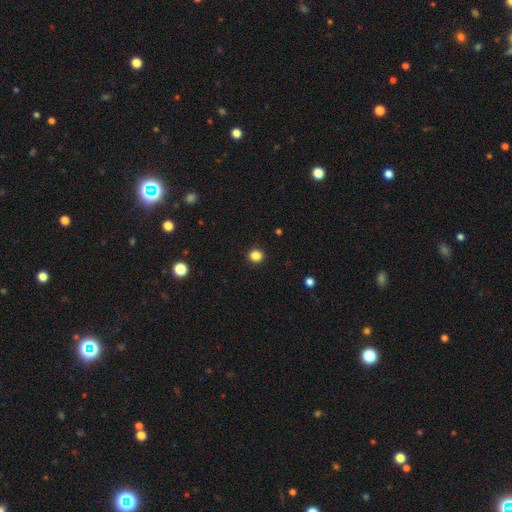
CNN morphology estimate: Smooth or featured? smooth (85%)
How rounded? round (88%)
Merging? none (92%)